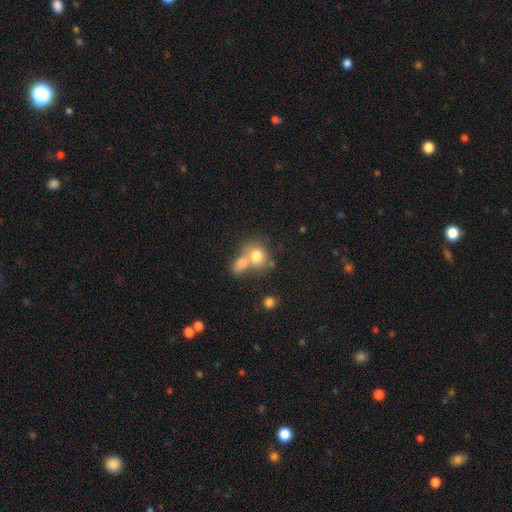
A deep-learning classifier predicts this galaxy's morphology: Smooth or featured? Predicted: smooth (p=0.76). How rounded? Predicted: round (p=0.68). Merging? Predicted: merger (p=0.54).